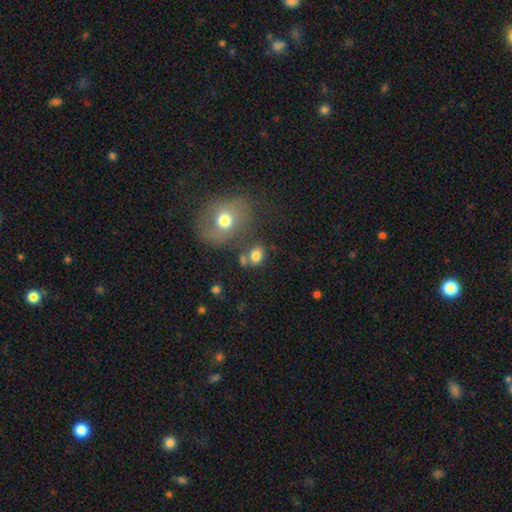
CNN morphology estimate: smooth-or-featured: smooth: 78% | star or artifact: 11% | featured or disk: 11%
  how-rounded: in between: 59% | round: 40% | cigar-shaped: 1%
  merging: none: 62% | merger: 18% | minor disturbance: 14% | major disturbance: 6%